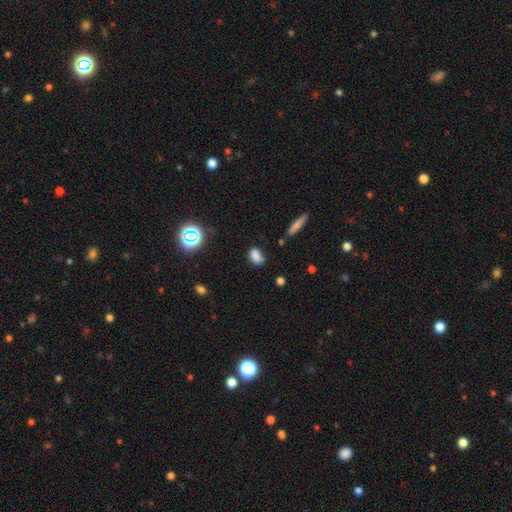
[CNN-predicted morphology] smooth_or_featured: smooth (p=0.78) [alt: star or artifact p=0.14]
how_rounded: in between (p=0.83) [alt: round p=0.13]
merging: none (p=0.68) [alt: minor disturbance p=0.21]